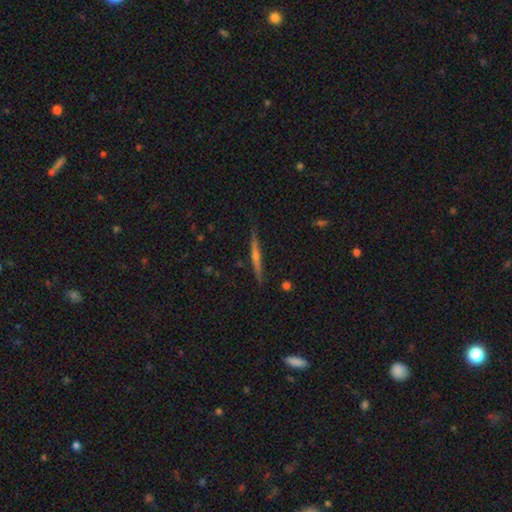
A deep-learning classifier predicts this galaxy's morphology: Smooth or featured? featured or disk (60%)
Edge-on disk? yes (97%)
Edge-on bulge? rounded (48%)
Merging? none (86%)